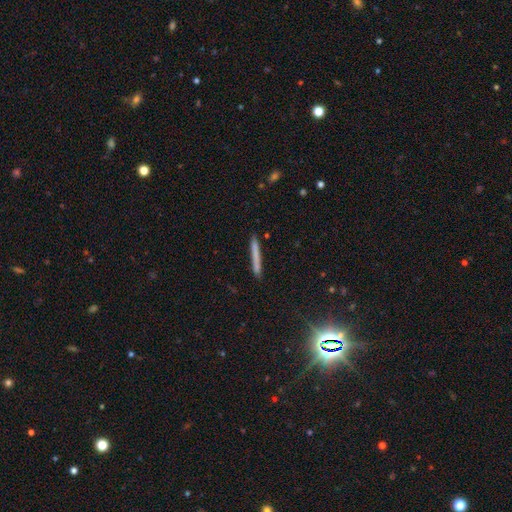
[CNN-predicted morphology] smooth_or_featured: smooth (p=0.68) [alt: featured or disk p=0.24]
how_rounded: cigar-shaped (p=0.97) [alt: in between p=0.02]
merging: none (p=0.89) [alt: minor disturbance p=0.08]